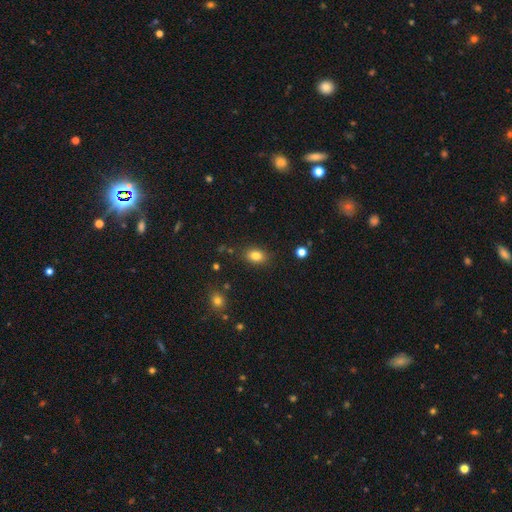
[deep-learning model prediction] This is clearly a smooth galaxy (83%). How rounded: likely in between (75%). Merging: clearly none (84%).